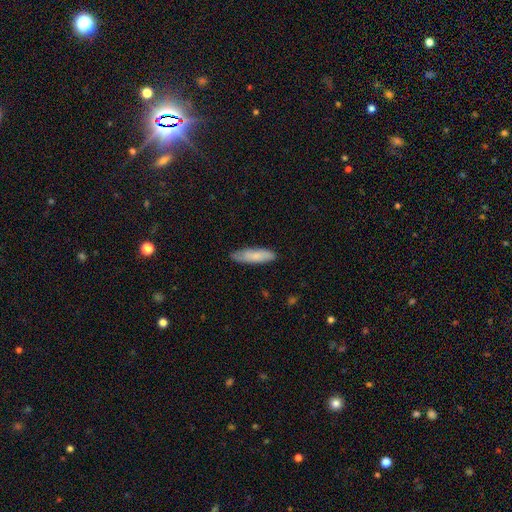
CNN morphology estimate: This appears to be a smooth galaxy with no disk features (78%) that is cigar-shaped (63%). Merging: none (79%).